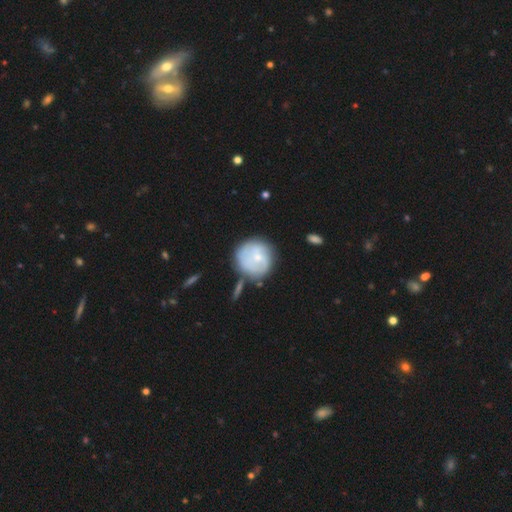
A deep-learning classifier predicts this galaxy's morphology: Q: Smooth or featured?
A: smooth (56%); runner-up: featured or disk (38%)
Q: How rounded?
A: round (91%); runner-up: in between (8%)
Q: Merging?
A: none (61%); runner-up: minor disturbance (20%)